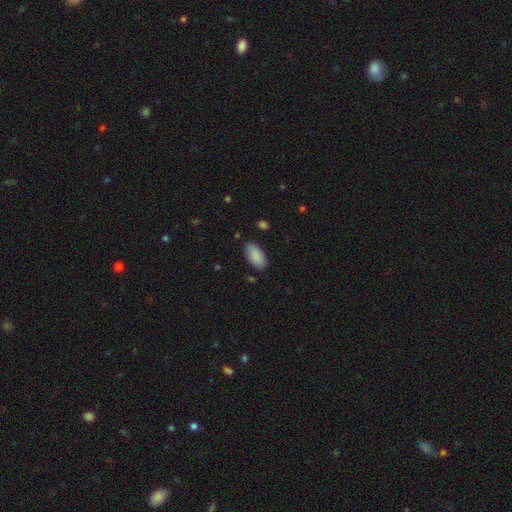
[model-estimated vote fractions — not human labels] smooth-or-featured: smooth: 90% | star or artifact: 6% | featured or disk: 4%
  how-rounded: in between: 93% | cigar-shaped: 5% | round: 2%
  merging: none: 85% | minor disturbance: 11% | major disturbance: 2% | merger: 1%